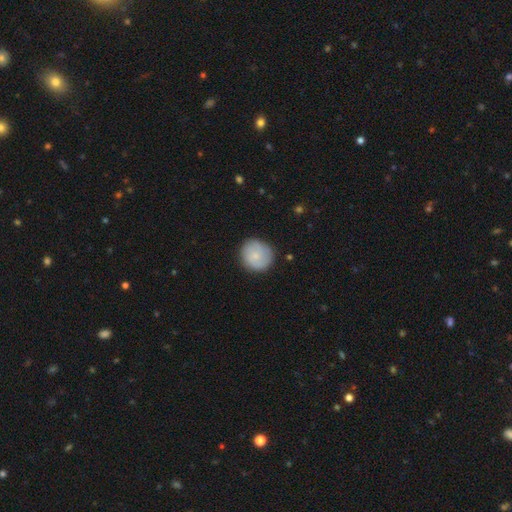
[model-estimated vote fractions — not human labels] A smooth galaxy with no disk features (67%) that is round (91%).

Vote fractions:
- Smooth or featured? smooth: 67% / featured or disk: 27% / star or artifact: 7%
- How rounded? round: 91% / in between: 8% / cigar-shaped: 1%
- Merging? none: 82% / minor disturbance: 14% / major disturbance: 3% / merger: 1%